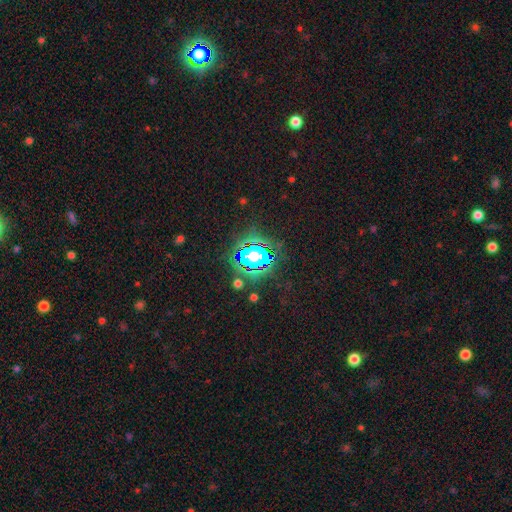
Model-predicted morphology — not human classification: The model was most divided on "smooth or featured": star or artifact: 57%, smooth: 28%, featured or disk: 15%.